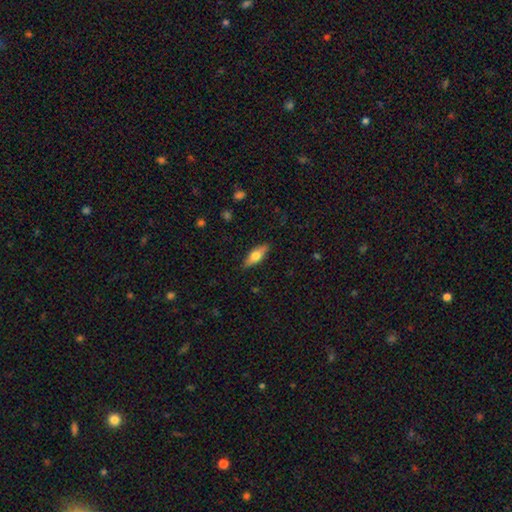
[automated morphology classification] Smooth or featured?
  - smooth: 62% *
  - featured or disk: 31%
  - star or artifact: 6%
How rounded?
  - in between: 65% *
  - cigar-shaped: 33%
  - round: 3%
Merging?
  - none: 86% *
  - minor disturbance: 11%
  - major disturbance: 2%
  - merger: 1%